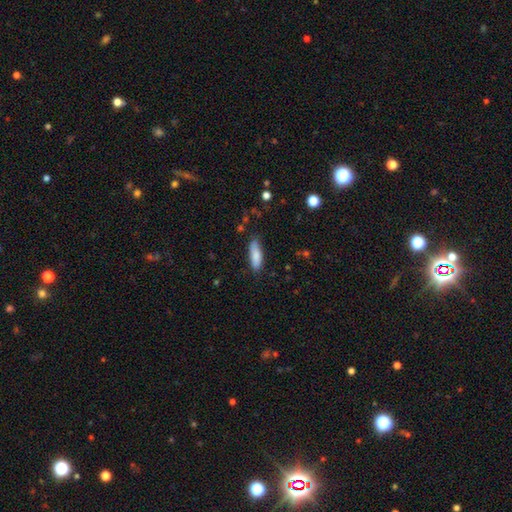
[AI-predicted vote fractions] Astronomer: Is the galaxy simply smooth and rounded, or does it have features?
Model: smooth — 83%.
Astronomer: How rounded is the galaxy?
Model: in between — 54% (runner-up: cigar-shaped, 44%).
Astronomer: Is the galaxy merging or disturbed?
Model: none — 80%.